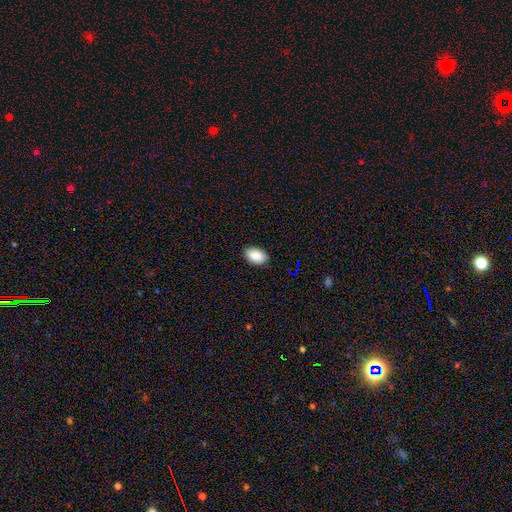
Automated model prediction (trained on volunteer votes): smooth 90%, star or artifact 7%, featured or disk 4%. Down the decision tree: how rounded — in between (92%); merging — none (89%).